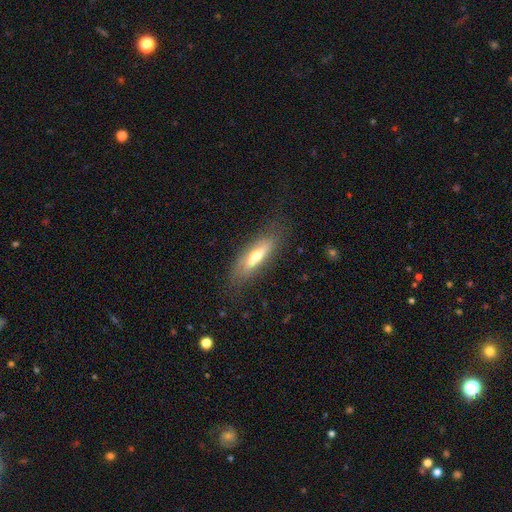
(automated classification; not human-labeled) smooth_or_featured: smooth (p=0.53) [alt: featured or disk p=0.41]
how_rounded: cigar-shaped (p=0.53) [alt: in between p=0.44]
merging: none (p=0.78) [alt: minor disturbance p=0.15]